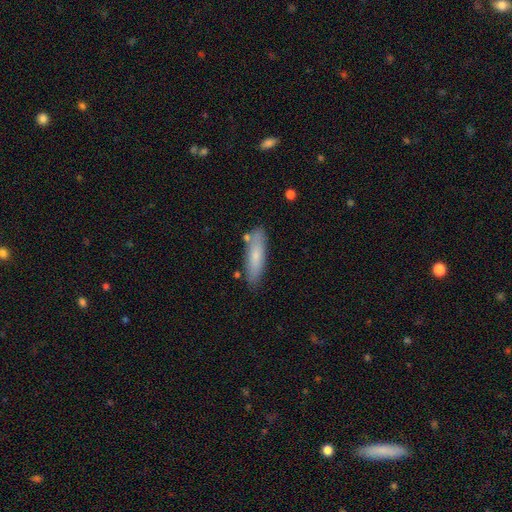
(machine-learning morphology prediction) This appears to be a smooth galaxy with no disk features (74%) that is cigar-shaped (64%). Merging: none (80%).